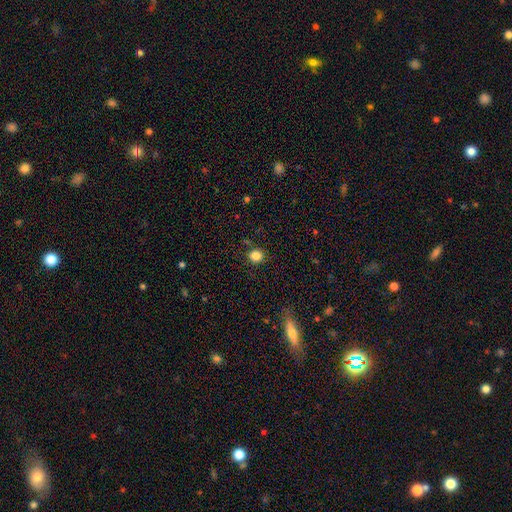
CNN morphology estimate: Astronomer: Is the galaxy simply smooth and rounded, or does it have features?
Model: smooth — 83%.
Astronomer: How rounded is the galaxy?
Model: round — 90%.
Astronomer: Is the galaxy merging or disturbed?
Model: none — 89%.